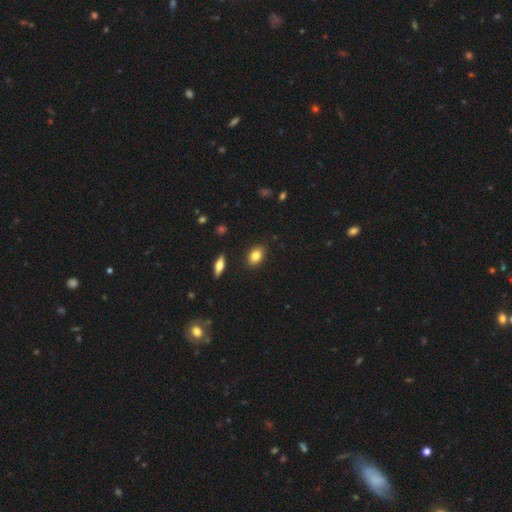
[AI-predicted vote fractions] Smooth or featured? Predicted: smooth (p=0.82). How rounded? Predicted: in between (p=0.78). Merging? Predicted: none (p=0.87).